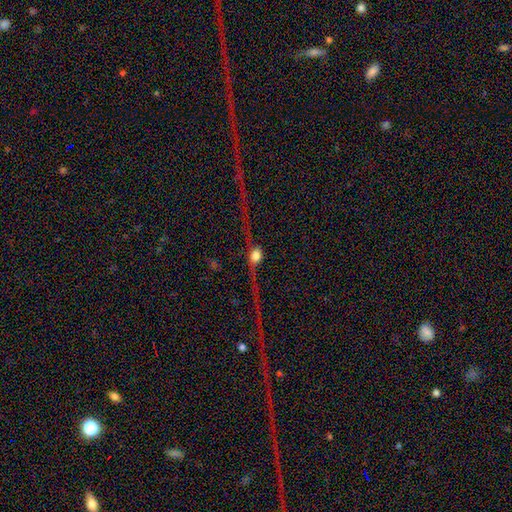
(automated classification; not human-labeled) Smooth or featured: featured or disk — 58% (smooth — 24%)
Edge-on disk: yes — 79% (no — 21%)
Merging: none — 69% (minor disturbance — 13%)